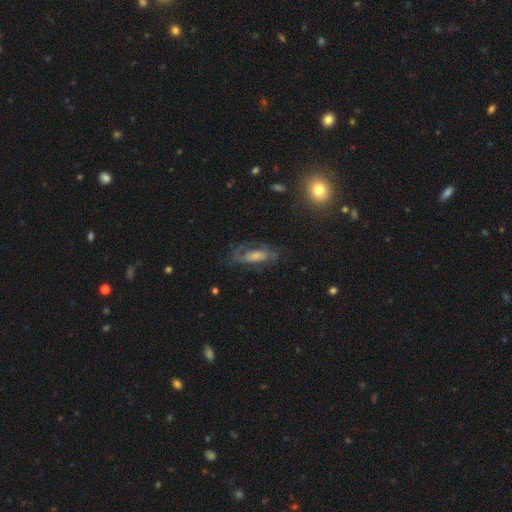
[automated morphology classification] Overall: featured or disk (62%; smooth 27%). Edge-on disk: no (82%). Bar: no (52%; weak 34%). Spiral arms: yes (78%). Bulge size: moderate (39%; small 38%). Merging: none (69%).